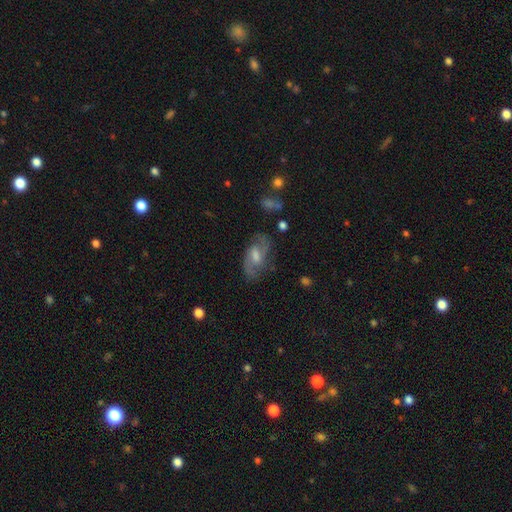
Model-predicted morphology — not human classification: type=featured or disk (70%); edge-on=no (94%); bar=weak (55%); spiral arms=yes (87%); winding=medium (48%); arm count=2 (77%); bulge=moderate (51%); merging=none (72%).